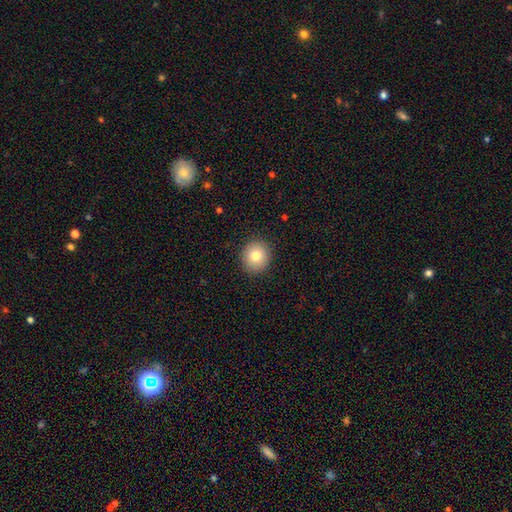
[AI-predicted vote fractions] The model was most divided on "smooth or featured": smooth: 81%, star or artifact: 10%, featured or disk: 9%. More confident: merging — none (91%); how rounded — round (87%).